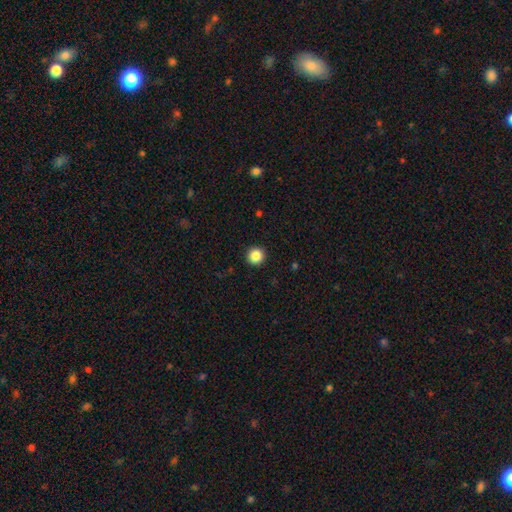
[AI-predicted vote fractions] smooth_or_featured: smooth (p=0.87) [alt: star or artifact p=0.10]
how_rounded: round (p=0.95) [alt: in between p=0.04]
merging: none (p=0.94) [alt: minor disturbance p=0.04]